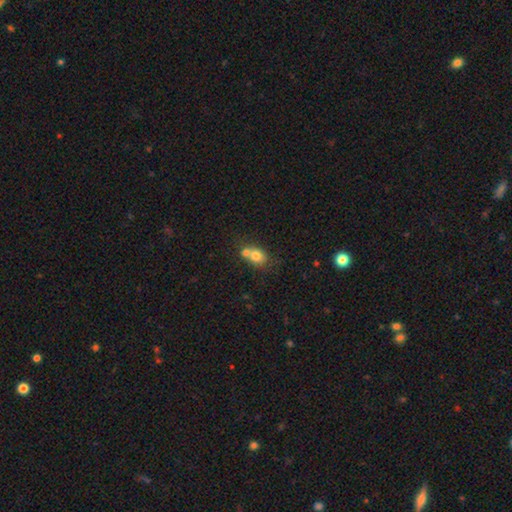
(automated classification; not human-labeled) smooth_or_featured: smooth (p=0.75) [alt: featured or disk p=0.15]
how_rounded: round (p=0.51) [alt: in between p=0.48]
merging: merger (p=0.54) [alt: none p=0.34]